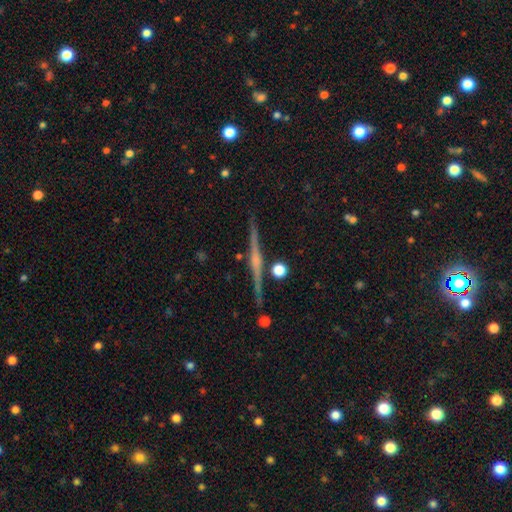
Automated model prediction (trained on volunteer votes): A featured or disk galaxy (80%) viewed edge-on (98%) with a rounded central bulge (64%).

Vote fractions:
- Smooth or featured? featured or disk: 80% / smooth: 12% / star or artifact: 8%
- Edge-on disk? yes: 98% / no: 2%
- Edge-on bulge? rounded: 64% / none: 23% / boxy: 13%
- Merging? none: 91% / minor disturbance: 6% / merger: 2% / major disturbance: 2%